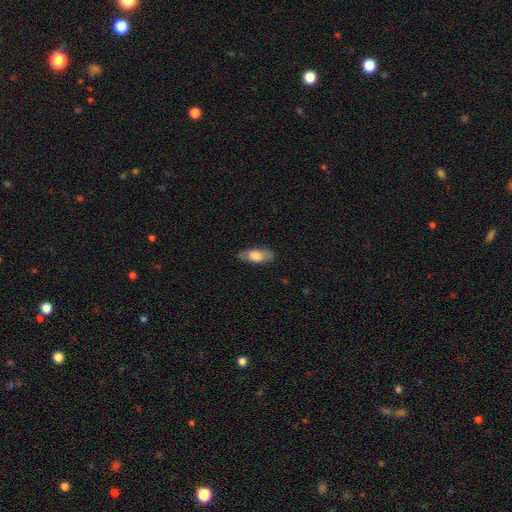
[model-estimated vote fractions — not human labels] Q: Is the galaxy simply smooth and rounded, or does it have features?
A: smooth — 69%.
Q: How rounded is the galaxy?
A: in between — 78%.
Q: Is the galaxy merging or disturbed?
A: none — 79%.